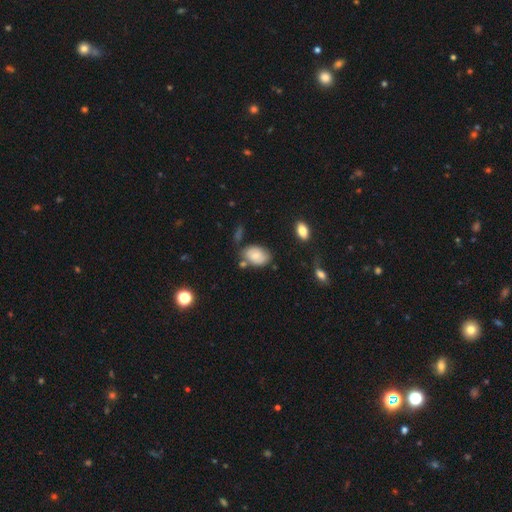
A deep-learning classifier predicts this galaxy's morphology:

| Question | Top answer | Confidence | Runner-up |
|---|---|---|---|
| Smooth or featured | smooth | 72% | featured or disk (20%) |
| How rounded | in between | 87% | round (12%) |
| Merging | none | 61% | minor disturbance (23%) |